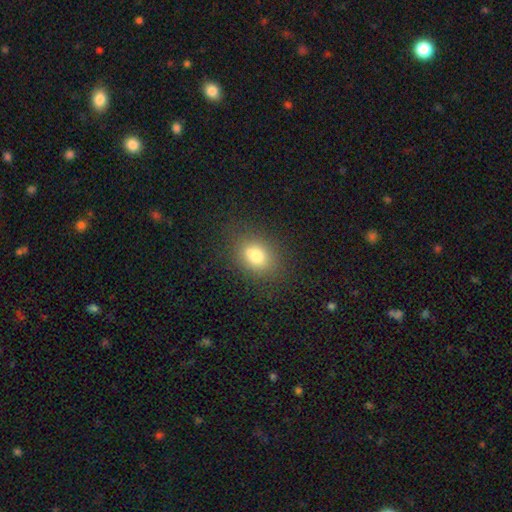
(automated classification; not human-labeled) Q: Smooth or featured?
A: smooth (76%); runner-up: star or artifact (12%)
Q: How rounded?
A: in between (61%); runner-up: round (38%)
Q: Merging?
A: none (73%); runner-up: minor disturbance (14%)